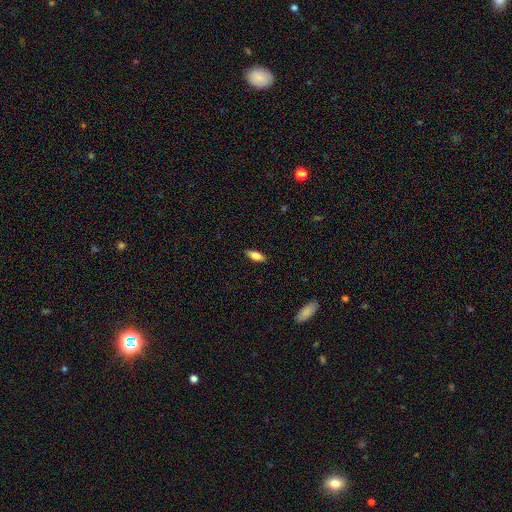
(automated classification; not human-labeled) This is likely a smooth galaxy (77%). How rounded: likely in between (76%). Merging: clearly none (87%).